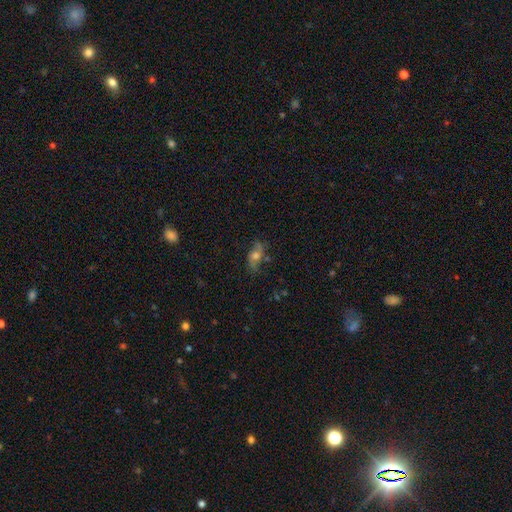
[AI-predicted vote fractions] featured or disk 54%, smooth 32%, star or artifact 15%. Down the decision tree: edge-on disk — no (81%); merging — none (69%).